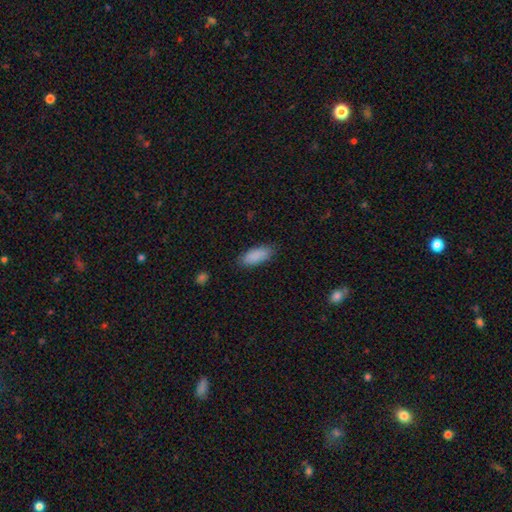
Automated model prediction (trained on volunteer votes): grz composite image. It shows a smooth galaxy with no disk features (89%) that is in between round and cigar-shaped (83%). Merging: none (83%).